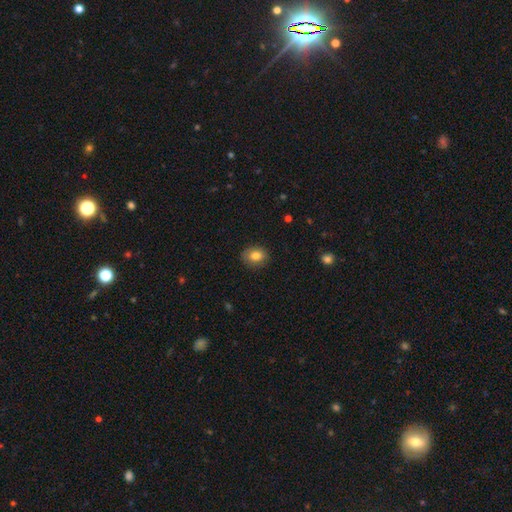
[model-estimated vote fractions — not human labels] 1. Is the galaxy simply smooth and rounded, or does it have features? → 81% smooth, 10% featured or disk, 9% star or artifact.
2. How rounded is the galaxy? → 54% in between, 45% round, 1% cigar-shaped.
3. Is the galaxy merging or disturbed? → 86% none, 11% minor disturbance, 2% major disturbance, 1% merger.